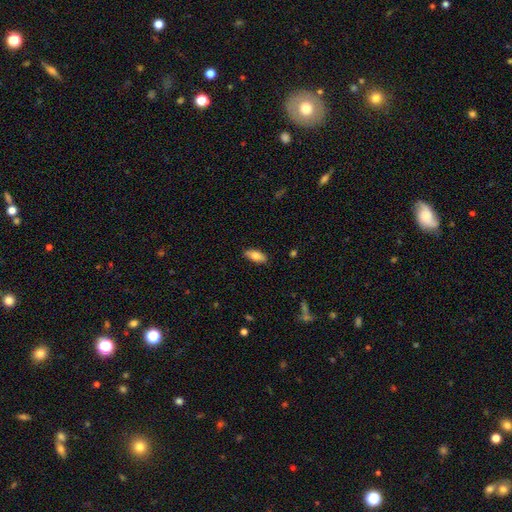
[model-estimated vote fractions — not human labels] This appears to be a smooth galaxy with no disk features (79%) that is in between round and cigar-shaped (85%). Merging: none (86%).